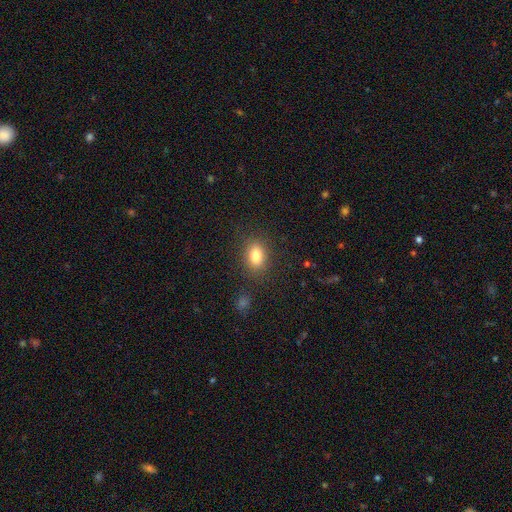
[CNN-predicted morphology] Smooth or featured: smooth — 81% (star or artifact — 10%)
How rounded: in between — 74% (round — 24%)
Merging: none — 85% (minor disturbance — 10%)